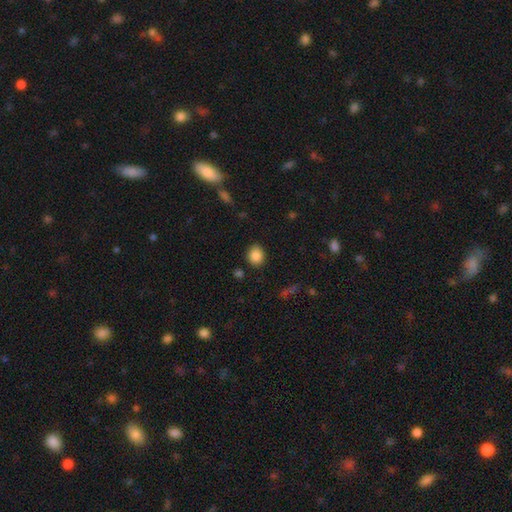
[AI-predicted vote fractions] smooth 86%, star or artifact 9%, featured or disk 5%. Down the decision tree: how rounded — round (67%); merging — none (85%).